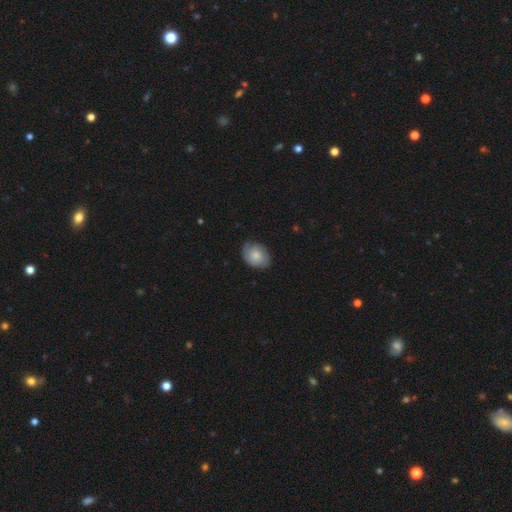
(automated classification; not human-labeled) This appears to be a smooth galaxy with no disk features (68%) that is in between round and cigar-shaped (68%). Merging: none (71%).